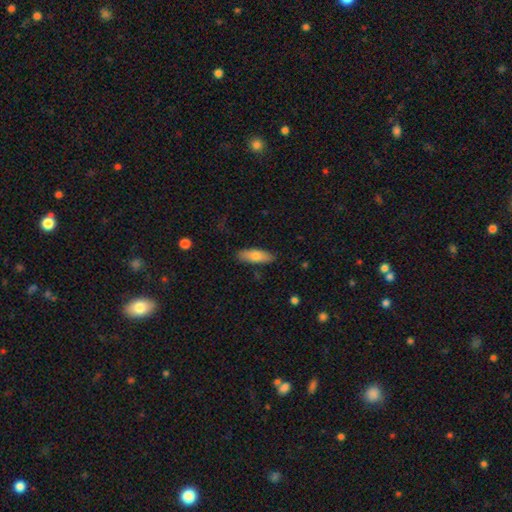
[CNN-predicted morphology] smooth_or_featured: smooth (p=0.75) [alt: featured or disk p=0.19]
how_rounded: in between (p=0.58) [alt: cigar-shaped p=0.40]
merging: none (p=0.86) [alt: minor disturbance p=0.10]